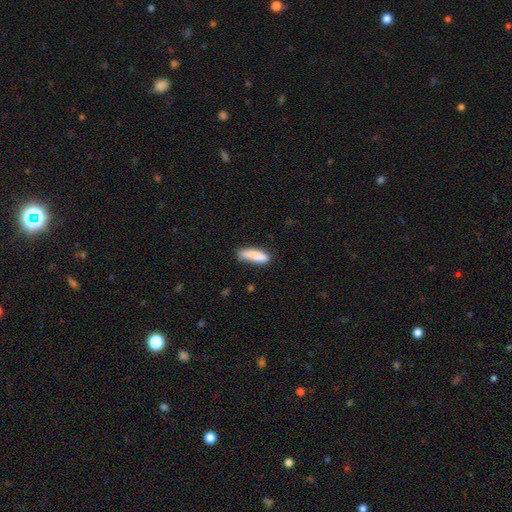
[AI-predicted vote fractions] Morphology: type=smooth (85%); roundness=cigar-shaped (56%); merging=none (65%).